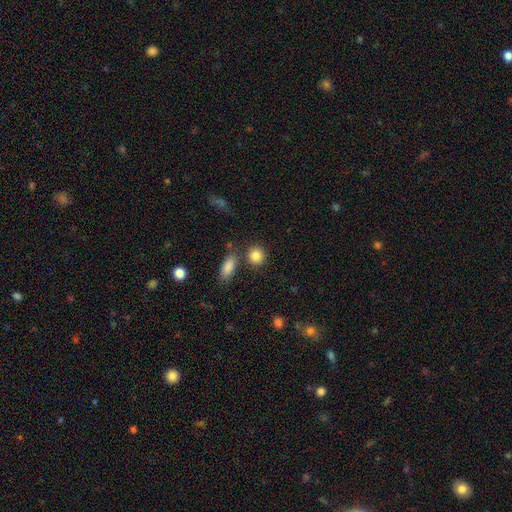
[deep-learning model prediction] smooth 86%, star or artifact 9%, featured or disk 6%. Down the decision tree: how rounded — round (80%); merging — none (77%).